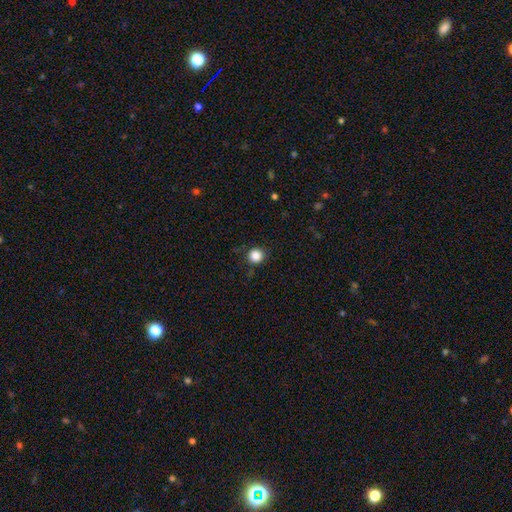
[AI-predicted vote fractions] Morphology: type=smooth (86%); roundness=round (94%); merging=none (87%).